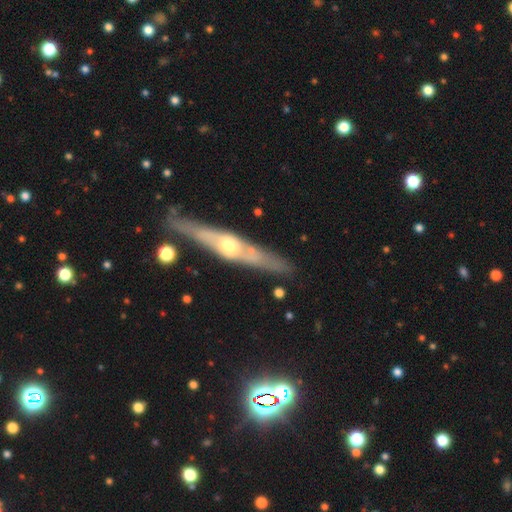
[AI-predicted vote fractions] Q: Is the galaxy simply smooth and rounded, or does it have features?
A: featured or disk — 69%.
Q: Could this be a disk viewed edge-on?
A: yes — 84%.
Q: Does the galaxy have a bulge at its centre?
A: rounded — 87%.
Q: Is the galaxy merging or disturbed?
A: none — 77%.